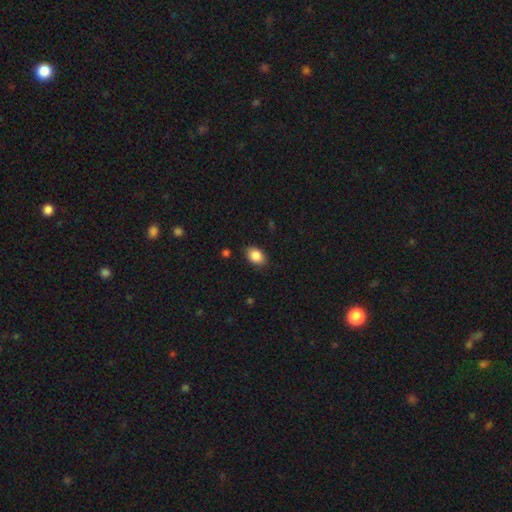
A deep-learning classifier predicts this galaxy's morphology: This is clearly a smooth galaxy (87%). How rounded: likely in between (80%). Merging: clearly none (85%).